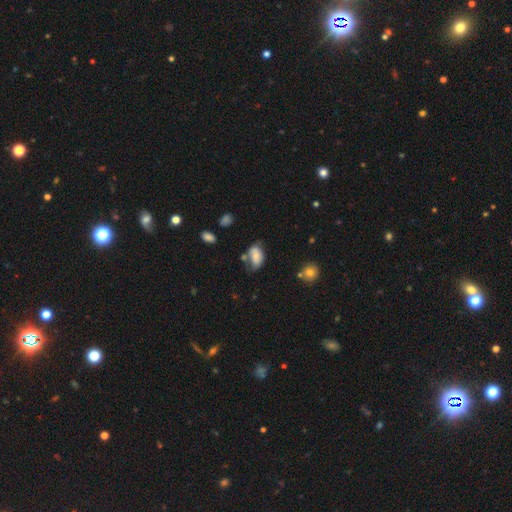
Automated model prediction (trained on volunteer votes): Overall: smooth (71%). How rounded: in between (89%). Merging: none (41%; minor disturbance 29%).